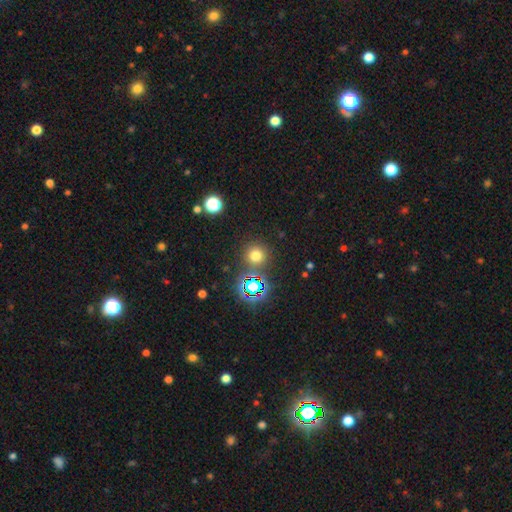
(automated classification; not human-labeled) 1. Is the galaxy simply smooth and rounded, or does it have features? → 65% smooth, 27% star or artifact, 7% featured or disk.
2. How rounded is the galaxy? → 92% round, 6% in between, 1% cigar-shaped.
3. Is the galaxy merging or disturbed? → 82% none, 8% minor disturbance, 7% merger, 3% major disturbance.